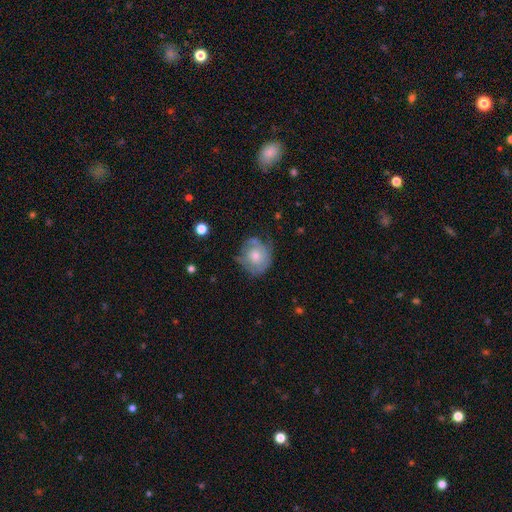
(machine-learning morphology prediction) smooth-or-featured: smooth: 46% (tied) | featured or disk: 46% (tied) | star or artifact: 8%
  merging: none: 61% | minor disturbance: 27% | major disturbance: 10% | merger: 2%